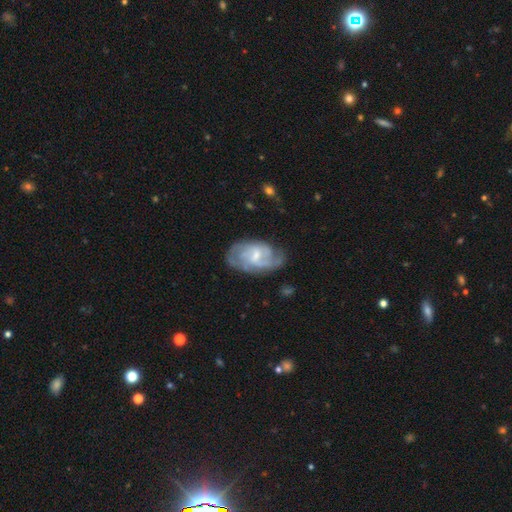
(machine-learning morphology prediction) A featured or disk galaxy (80%) with a weak bar (59%), 2 (44%) medium (45%) spiral arms (92%) and a small central bulge (52%). Merging: none (65%).